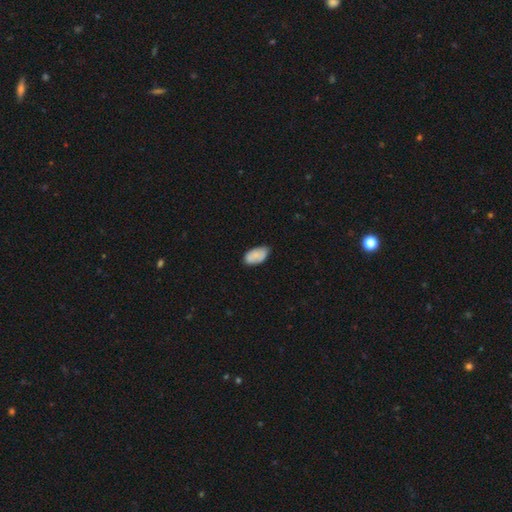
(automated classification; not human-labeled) This appears to be a smooth galaxy with no disk features (81%) that is in between round and cigar-shaped (95%). Merging: none (68%).